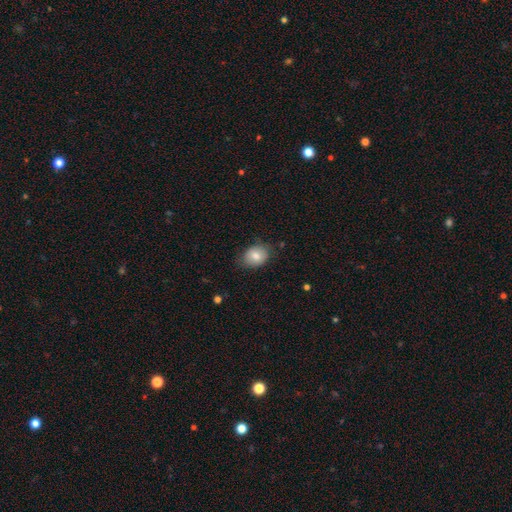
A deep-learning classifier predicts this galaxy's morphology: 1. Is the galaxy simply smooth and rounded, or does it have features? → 81% smooth, 11% featured or disk, 8% star or artifact.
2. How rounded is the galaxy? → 63% in between, 36% round, 1% cigar-shaped.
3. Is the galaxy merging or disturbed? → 73% none, 22% minor disturbance, 4% major disturbance, 1% merger.